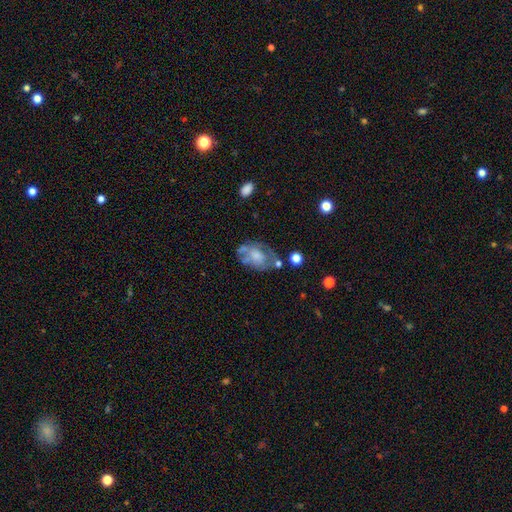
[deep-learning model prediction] A featured or disk galaxy (51%). Merging: none (45%).